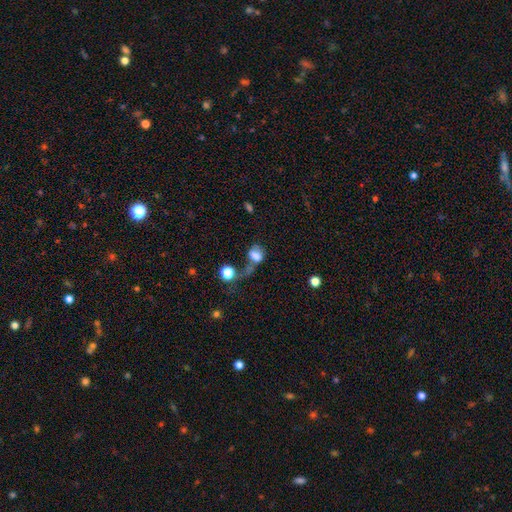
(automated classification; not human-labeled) A smooth galaxy with no disk features (68%) that is in between round and cigar-shaped (62%).

Vote fractions:
- Smooth or featured? smooth: 68% / featured or disk: 19% / star or artifact: 13%
- How rounded? in between: 62% / round: 36% / cigar-shaped: 2%
- Merging? major disturbance: 37% / merger: 29% / none: 19% / minor disturbance: 15%